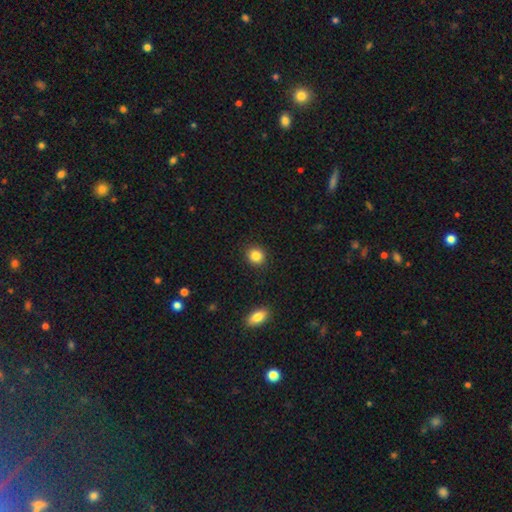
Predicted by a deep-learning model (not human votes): smooth_or_featured: smooth (p=0.85) [alt: star or artifact p=0.10]
how_rounded: round (p=0.83) [alt: in between p=0.16]
merging: none (p=0.91) [alt: minor disturbance p=0.06]